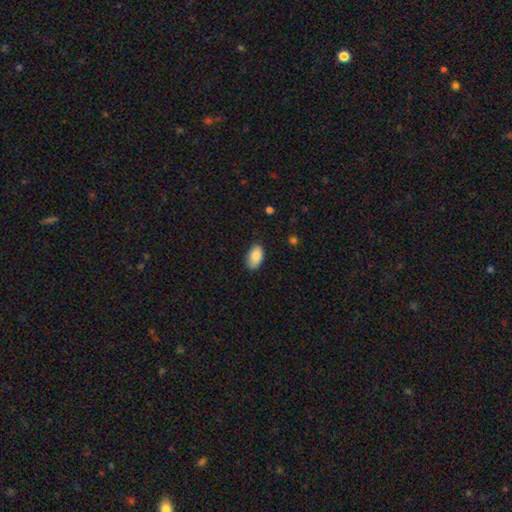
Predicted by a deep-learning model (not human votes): Morphology: type=smooth (84%); roundness=in between (94%); merging=none (83%).